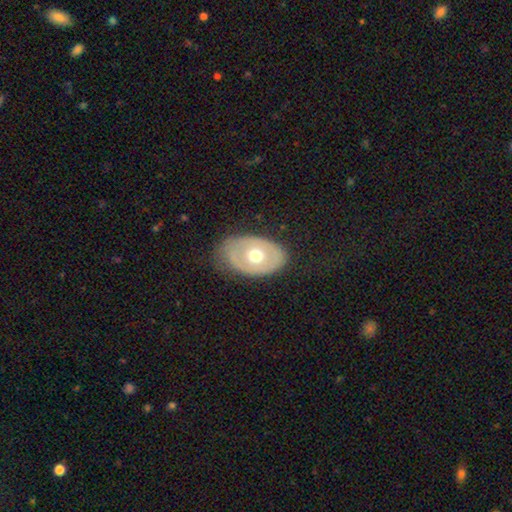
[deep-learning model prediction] This is possibly a featured or disk galaxy (49%). Merging: likely none (73%).